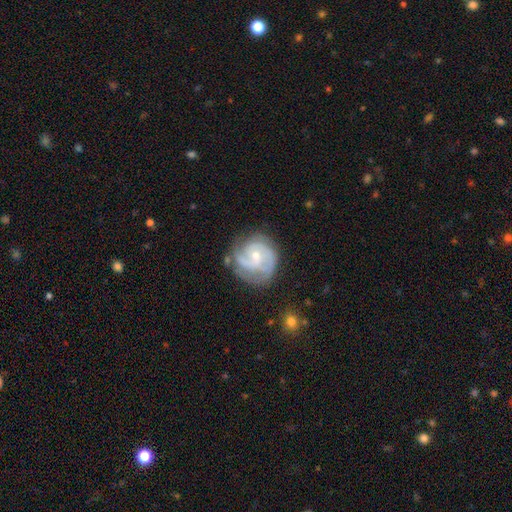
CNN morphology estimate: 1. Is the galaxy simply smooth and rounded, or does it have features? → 85% featured or disk, 10% smooth, 5% star or artifact.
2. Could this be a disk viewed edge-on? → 98% no, 2% yes.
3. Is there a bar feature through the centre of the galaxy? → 59% no, 35% weak, 6% strong.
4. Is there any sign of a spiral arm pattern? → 96% yes, 4% no.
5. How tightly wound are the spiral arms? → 47% tight, 42% medium, 11% loose.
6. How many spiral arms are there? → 45% 2, 26% 3, 15% can't tell, 6% 1, 4% 4, 3% more than 4.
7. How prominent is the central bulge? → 64% small, 33% moderate, 2% none, 1% large, 1% dominant.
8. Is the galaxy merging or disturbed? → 65% none, 22% minor disturbance, 11% major disturbance, 3% merger.